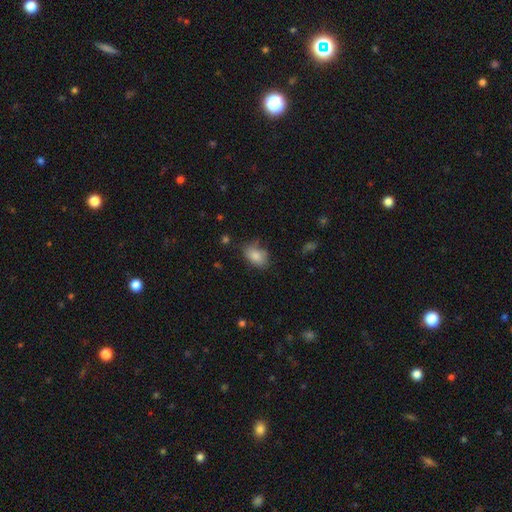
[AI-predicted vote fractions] Q: Smooth or featured?
A: smooth (84%); runner-up: star or artifact (8%)
Q: How rounded?
A: in between (85%); runner-up: round (13%)
Q: Merging?
A: none (66%); runner-up: minor disturbance (25%)